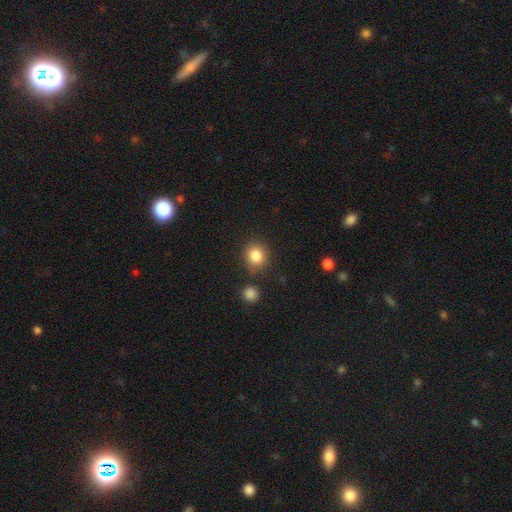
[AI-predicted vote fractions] Smooth or featured: smooth — 84% (star or artifact — 10%)
How rounded: round — 85% (in between — 14%)
Merging: none — 81% (minor disturbance — 10%)